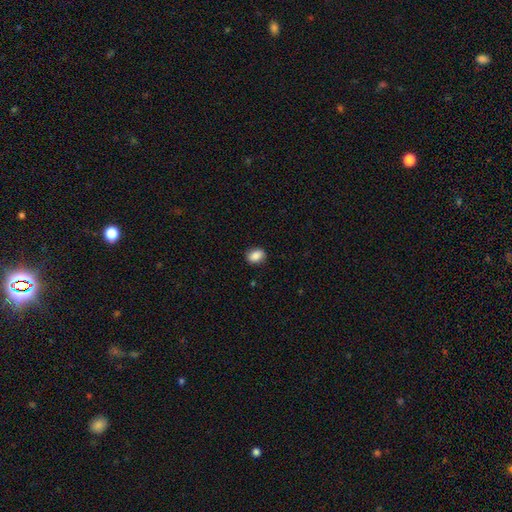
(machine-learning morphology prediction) Smooth or featured: smooth — 88% (star or artifact — 8%)
How rounded: in between — 74% (round — 25%)
Merging: none — 87% (minor disturbance — 10%)